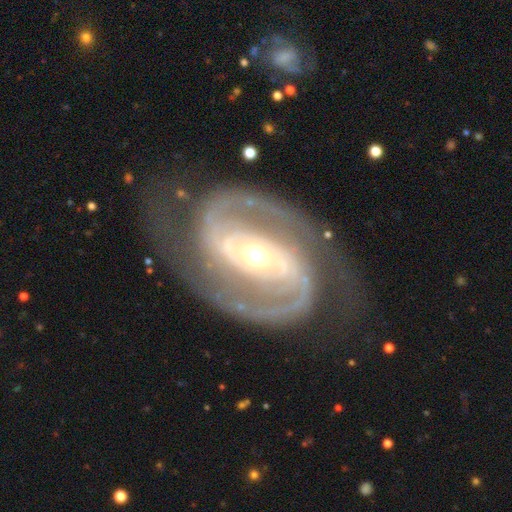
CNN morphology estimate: This appears to be a featured or disk galaxy (92%) with no bar (42%), 2 (86%) medium (45%) spiral arms (95%) and a moderate central bulge (68%). Merging: none (72%).